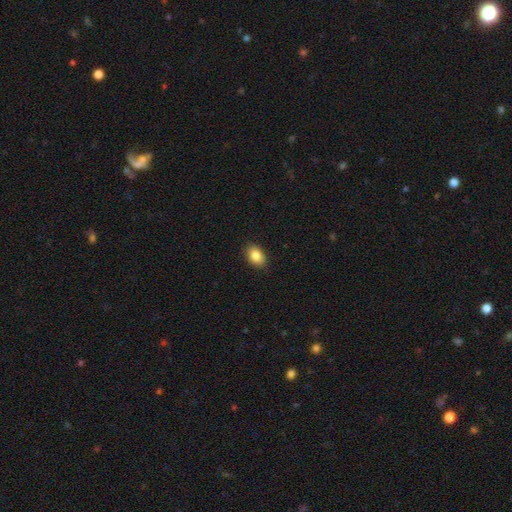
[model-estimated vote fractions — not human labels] Smooth or featured: smooth — 86% (star or artifact — 8%)
How rounded: in between — 81% (round — 18%)
Merging: none — 90% (minor disturbance — 7%)